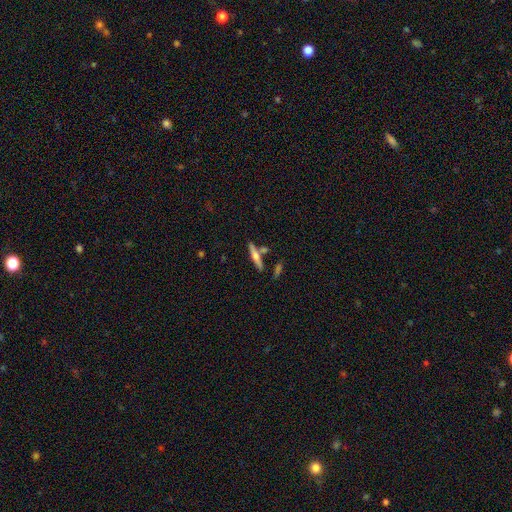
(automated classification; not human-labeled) Smooth or featured: featured or disk — 55% (smooth — 38%)
Edge-on disk: yes — 95% (no — 5%)
Edge-on bulge: rounded — 88% (none — 7%)
Merging: none — 74% (merger — 13%)